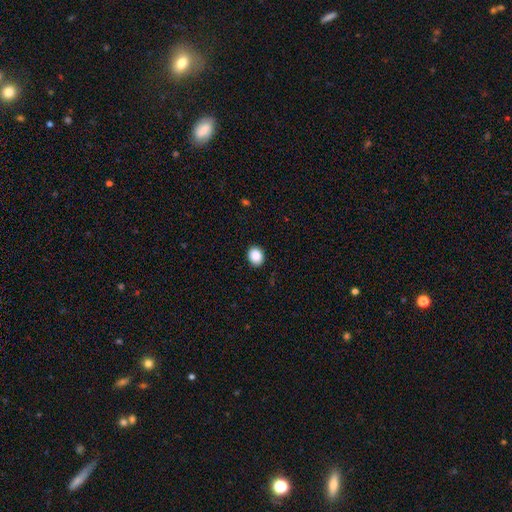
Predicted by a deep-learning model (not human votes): A smooth galaxy with no disk features (89%) that is round (55%). Merging: none (90%).